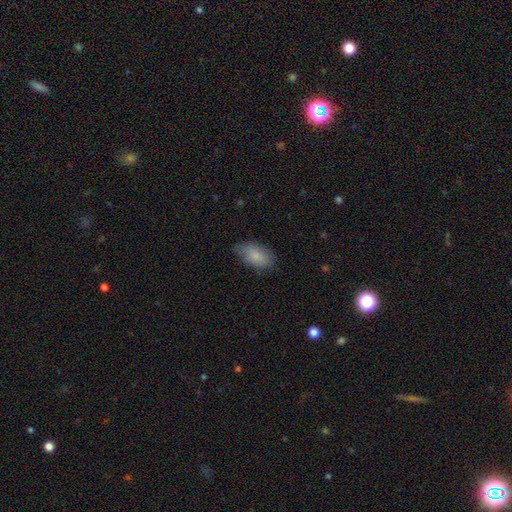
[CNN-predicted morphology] Smooth or featured? smooth (85%)
How rounded? in between (93%)
Merging? none (70%)